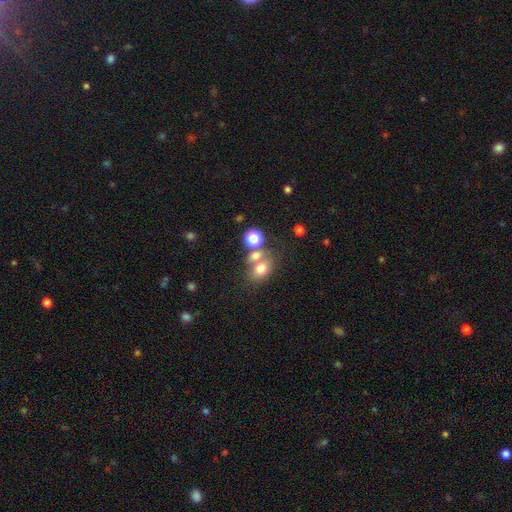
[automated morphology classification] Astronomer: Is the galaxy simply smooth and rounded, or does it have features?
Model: smooth — 71%.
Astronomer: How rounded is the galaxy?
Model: in between — 52% (runner-up: round, 47%).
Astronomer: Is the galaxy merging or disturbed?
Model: none — 45% (runner-up: merger, 39%).